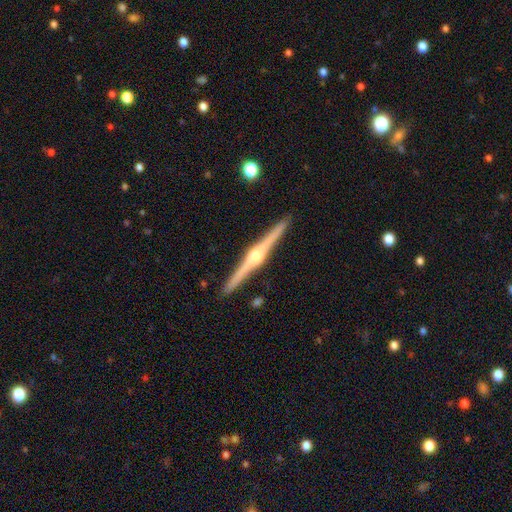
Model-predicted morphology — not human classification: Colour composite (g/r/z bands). It shows a featured or disk galaxy (85%) viewed edge-on (99%) with a rounded central bulge (93%). Merging: none (91%).